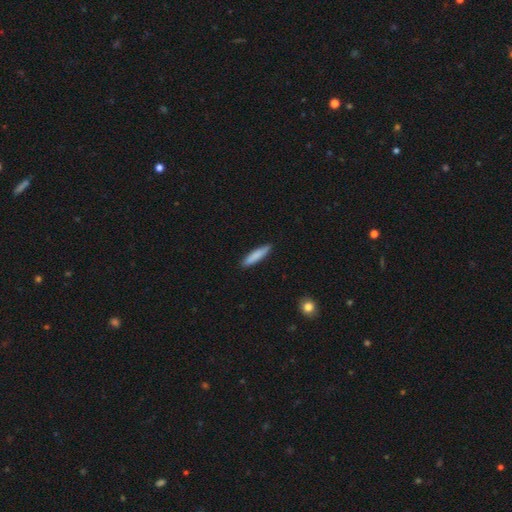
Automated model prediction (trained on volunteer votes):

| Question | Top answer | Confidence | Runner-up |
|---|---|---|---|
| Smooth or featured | smooth | 82% | featured or disk (12%) |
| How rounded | cigar-shaped | 85% | in between (14%) |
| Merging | none | 87% | minor disturbance (10%) |